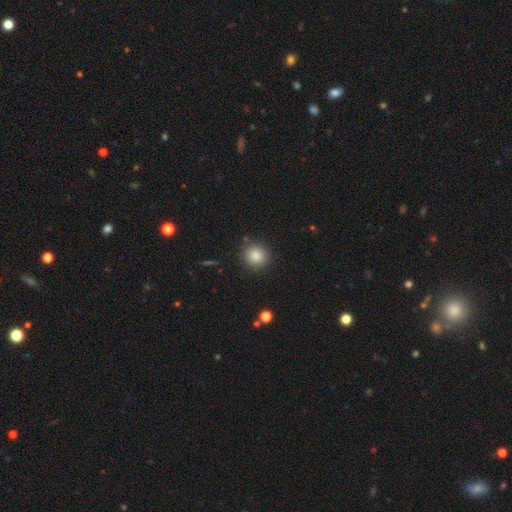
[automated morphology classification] A smooth galaxy with no disk features (85%) that is round (89%).

Vote fractions:
- Smooth or featured? smooth: 85% / star or artifact: 10% / featured or disk: 5%
- How rounded? round: 89% / in between: 10% / cigar-shaped: 1%
- Merging? none: 88% / minor disturbance: 8% / major disturbance: 3% / merger: 2%